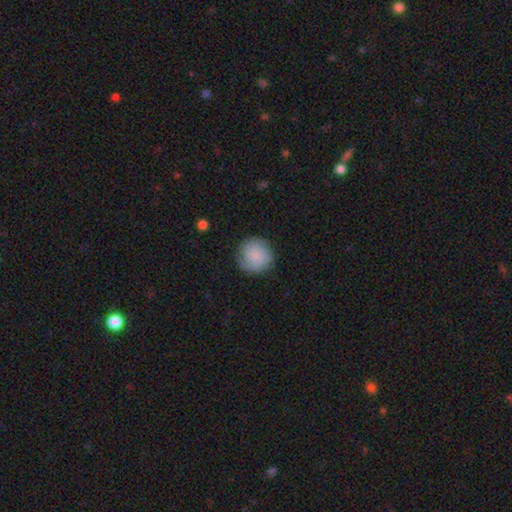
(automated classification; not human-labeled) Smooth or featured: smooth — 71% (featured or disk — 22%)
How rounded: round — 92% (in between — 7%)
Merging: none — 82% (minor disturbance — 13%)